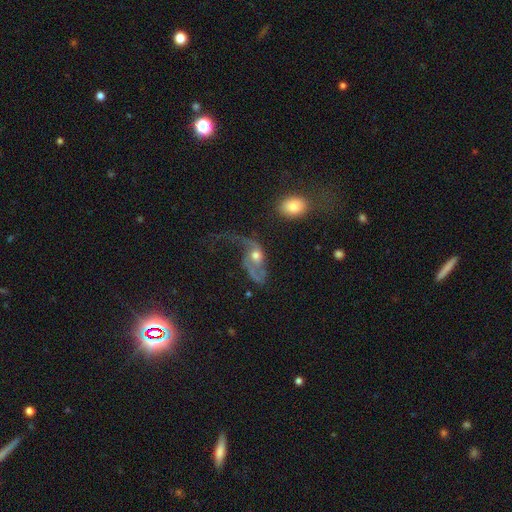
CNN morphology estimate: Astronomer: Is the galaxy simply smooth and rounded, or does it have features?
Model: featured or disk — 71%.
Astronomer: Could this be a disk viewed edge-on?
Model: no — 94%.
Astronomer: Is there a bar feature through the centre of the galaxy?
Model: no — 71%.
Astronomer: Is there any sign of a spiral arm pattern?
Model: yes — 78%.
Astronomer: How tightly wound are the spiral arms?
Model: loose — 73%.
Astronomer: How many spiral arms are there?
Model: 2 — 56%.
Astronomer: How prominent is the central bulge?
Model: moderate — 61%.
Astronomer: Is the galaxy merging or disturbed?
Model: major disturbance — 56%.